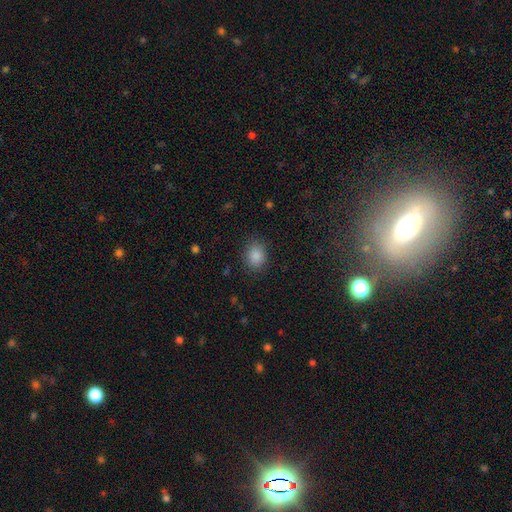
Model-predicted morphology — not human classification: A smooth galaxy with no disk features (87%) that is round (55%).

Vote fractions:
- Smooth or featured? smooth: 87% / star or artifact: 9% / featured or disk: 4%
- How rounded? round: 55% / in between: 44% / cigar-shaped: 1%
- Merging? none: 85% / minor disturbance: 11% / major disturbance: 3% / merger: 1%